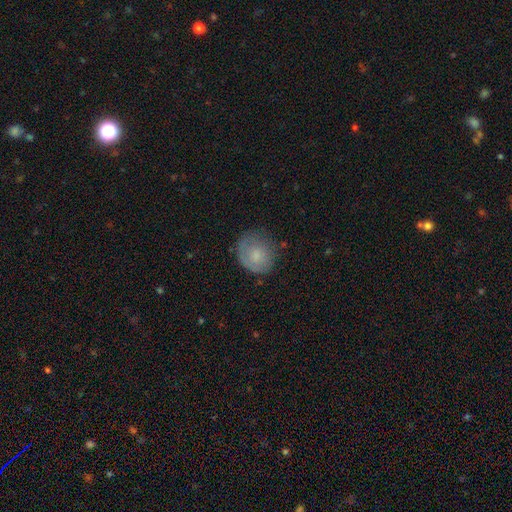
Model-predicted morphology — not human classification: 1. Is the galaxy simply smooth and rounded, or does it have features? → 70% smooth, 22% featured or disk, 8% star or artifact.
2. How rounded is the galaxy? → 78% round, 21% in between, 1% cigar-shaped.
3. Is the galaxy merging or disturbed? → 61% none, 25% minor disturbance, 12% major disturbance, 2% merger.